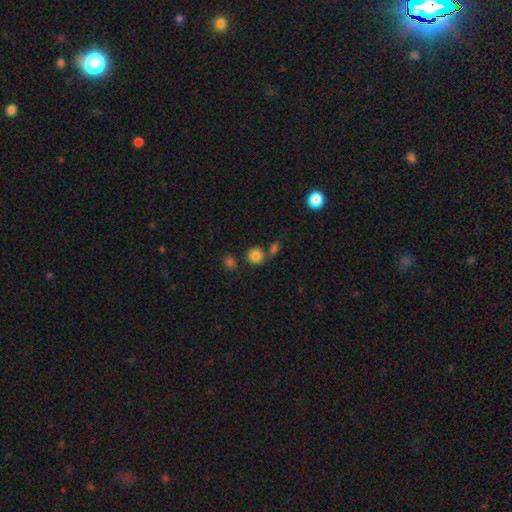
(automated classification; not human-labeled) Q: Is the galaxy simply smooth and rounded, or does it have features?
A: smooth — 83%.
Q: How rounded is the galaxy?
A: round — 88%.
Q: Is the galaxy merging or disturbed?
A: none — 66%.